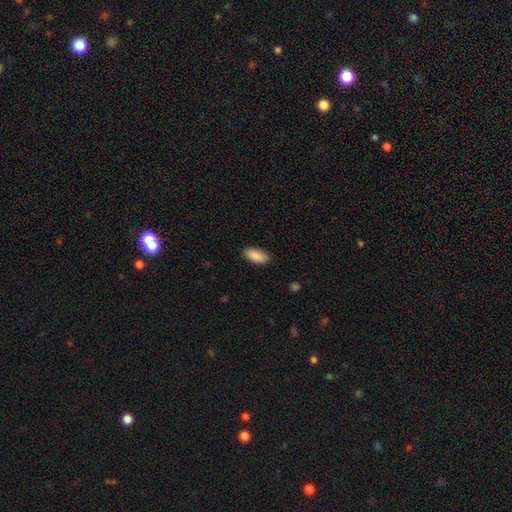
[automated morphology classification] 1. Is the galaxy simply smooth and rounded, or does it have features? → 90% smooth, 6% star or artifact, 4% featured or disk.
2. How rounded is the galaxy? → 88% in between, 10% cigar-shaped, 2% round.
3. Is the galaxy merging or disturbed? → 86% none, 10% minor disturbance, 2% major disturbance, 1% merger.